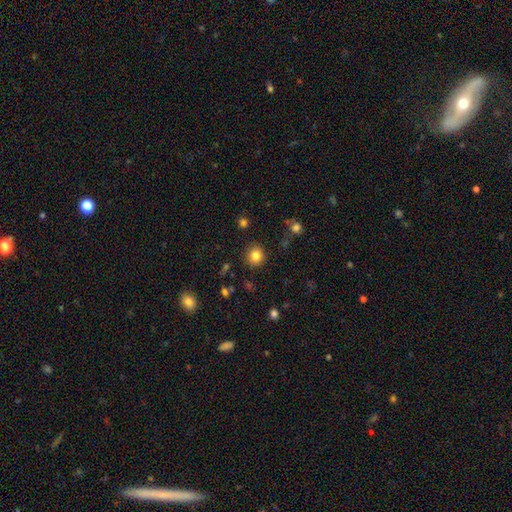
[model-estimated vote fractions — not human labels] A smooth galaxy with no disk features (83%) that is round (88%). Merging: none (88%).